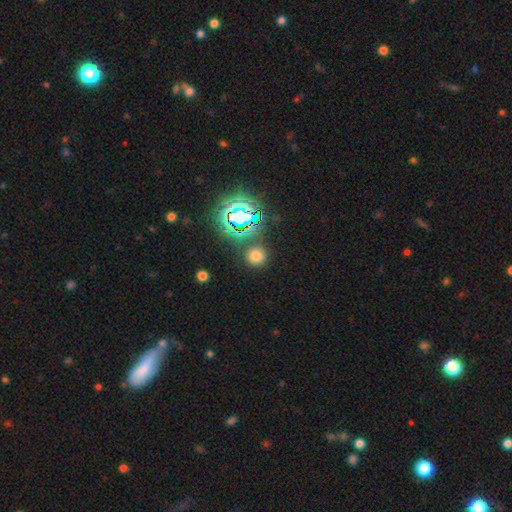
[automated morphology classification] Smooth or featured? Predicted: smooth (p=0.65). How rounded? Predicted: round (p=0.90). Merging? Predicted: none (p=0.84).